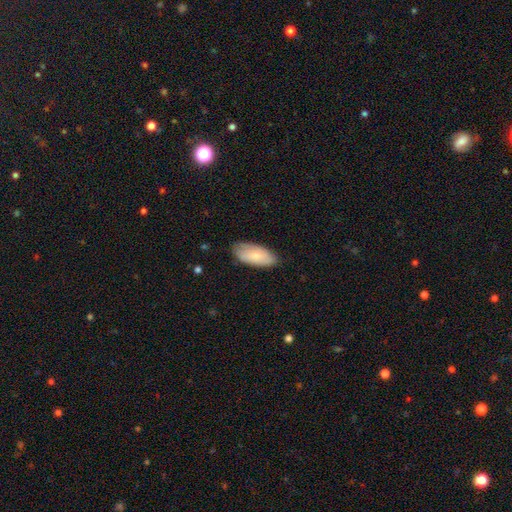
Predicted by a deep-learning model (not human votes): Smooth or featured?
  - smooth: 75% *
  - featured or disk: 20%
  - star or artifact: 6%
How rounded?
  - in between: 90% *
  - cigar-shaped: 7%
  - round: 2%
Merging?
  - none: 77% *
  - minor disturbance: 19%
  - major disturbance: 3%
  - merger: 1%